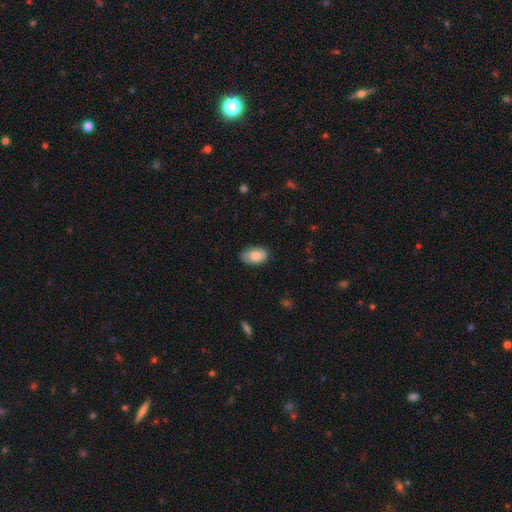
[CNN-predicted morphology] Q: Smooth or featured?
A: smooth (85%); runner-up: featured or disk (9%)
Q: How rounded?
A: in between (92%); runner-up: round (7%)
Q: Merging?
A: none (82%); runner-up: minor disturbance (15%)